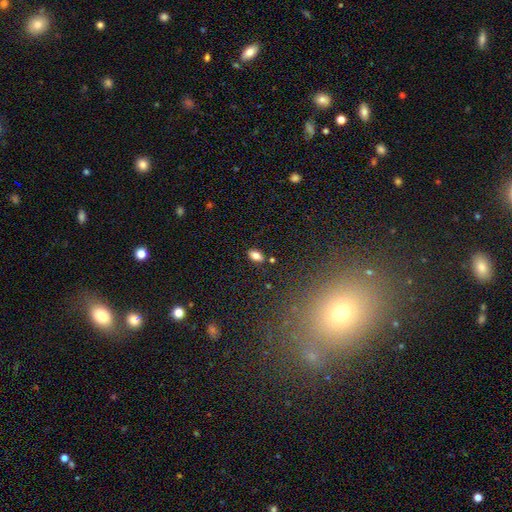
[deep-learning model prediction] Smooth or featured? Predicted: smooth (p=0.79). How rounded? Predicted: in between (p=0.91). Merging? Predicted: none (p=0.84).